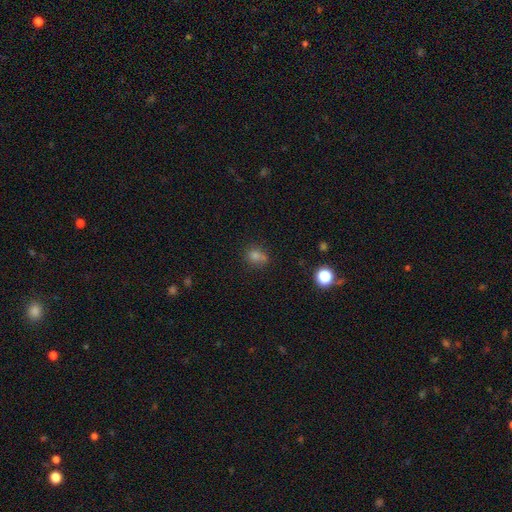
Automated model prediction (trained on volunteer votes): Smooth or featured?
  - smooth: 71% *
  - star or artifact: 20%
  - featured or disk: 9%
How rounded?
  - round: 65% *
  - in between: 33%
  - cigar-shaped: 1%
Merging?
  - none: 60% *
  - minor disturbance: 19%
  - merger: 14%
  - major disturbance: 7%